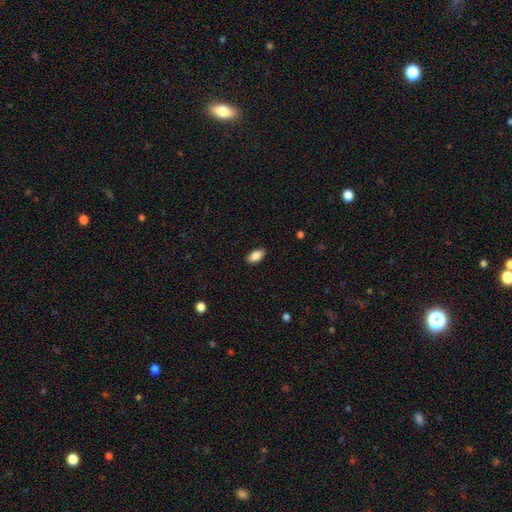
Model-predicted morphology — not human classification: type=smooth (86%); roundness=in between (93%); merging=none (88%).